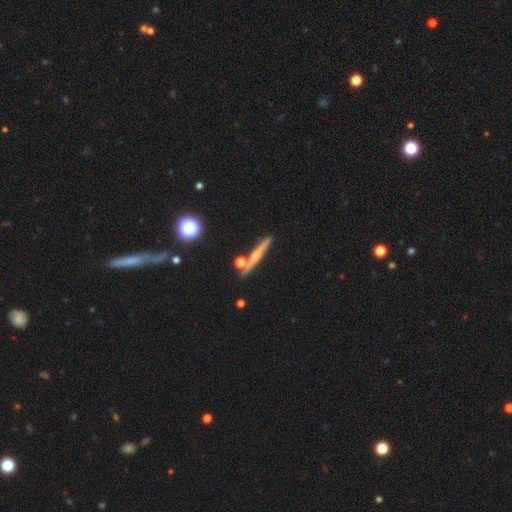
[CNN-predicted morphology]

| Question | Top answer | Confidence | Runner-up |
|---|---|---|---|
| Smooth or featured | featured or disk | 52% | smooth (37%) |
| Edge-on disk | yes | 95% | no (5%) |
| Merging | none | 80% | minor disturbance (10%) |